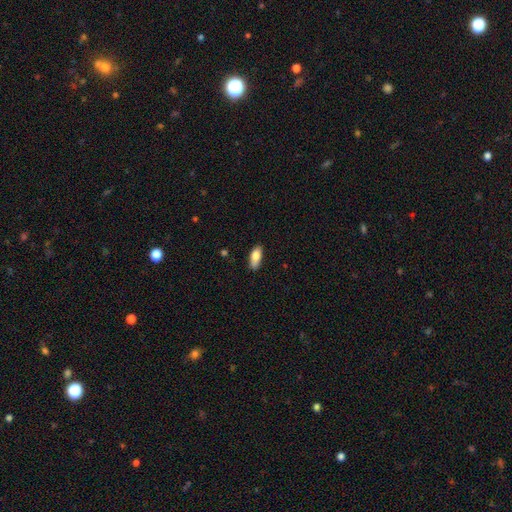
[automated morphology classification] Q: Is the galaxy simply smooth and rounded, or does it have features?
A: smooth — 81%.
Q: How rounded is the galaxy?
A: in between — 79%.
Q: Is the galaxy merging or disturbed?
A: none — 76%.